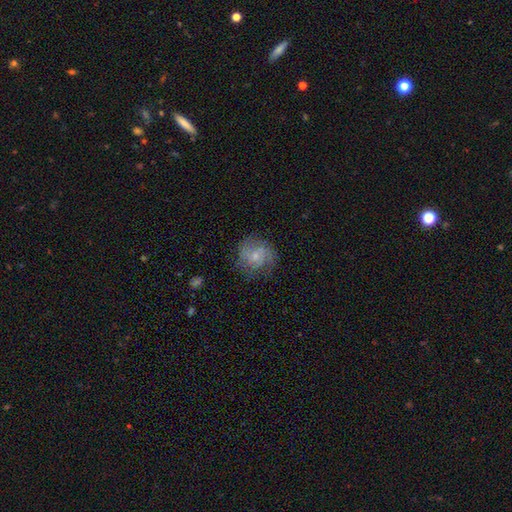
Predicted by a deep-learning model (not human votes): A featured or disk galaxy (53%) with no bar (71%), spiral arms (79%) and a small central bulge (66%).

Vote fractions:
- Smooth or featured? featured or disk: 53% / smooth: 38% / star or artifact: 9%
- Edge-on disk? no: 98% / yes: 2%
- Bar? no: 71% / weak: 26% / strong: 3%
- Spiral arms? yes: 79% / no: 21%
- Bulge size? small: 66% / moderate: 21% / none: 10% / large: 2% / dominant: 1%
- Merging? none: 68% / minor disturbance: 20% / major disturbance: 11% / merger: 2%